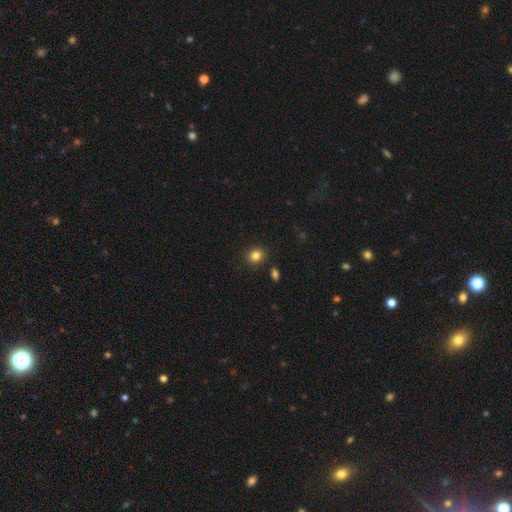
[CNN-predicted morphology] Overall: smooth (84%). How rounded: round (78%). Merging: none (88%).